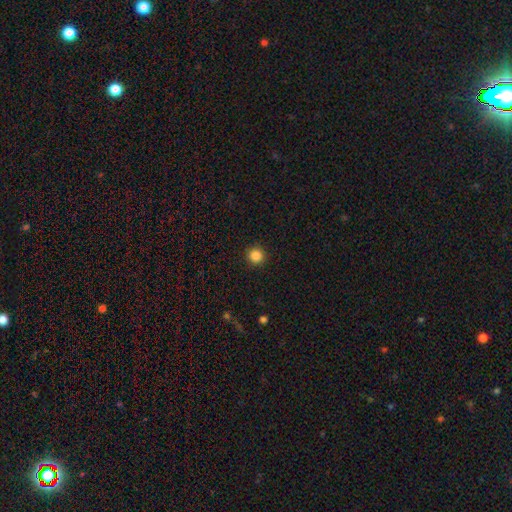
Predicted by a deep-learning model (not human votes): smooth 86%, star or artifact 11%, featured or disk 3%. Down the decision tree: how rounded — round (95%); merging — none (93%).